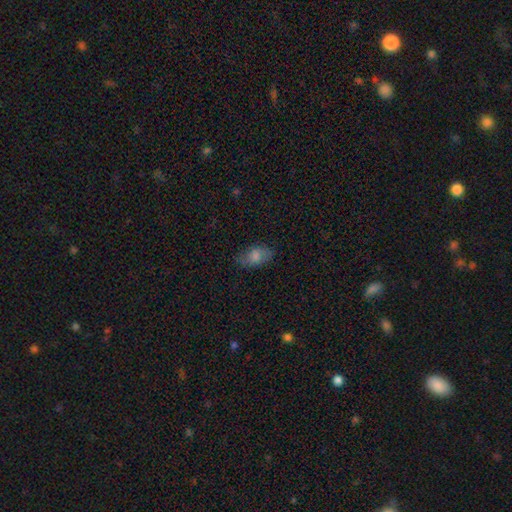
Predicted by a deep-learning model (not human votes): This appears to be a smooth galaxy with no disk features (73%) that is in between round and cigar-shaped (89%). Merging: none (75%).